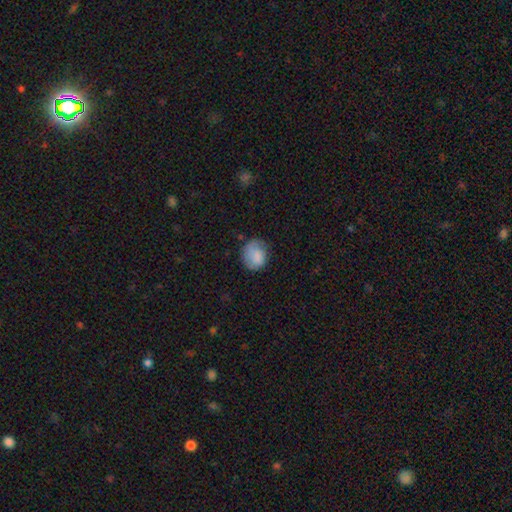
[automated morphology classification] Q: Smooth or featured?
A: smooth (80%); runner-up: featured or disk (13%)
Q: How rounded?
A: round (75%); runner-up: in between (24%)
Q: Merging?
A: none (65%); runner-up: minor disturbance (25%)